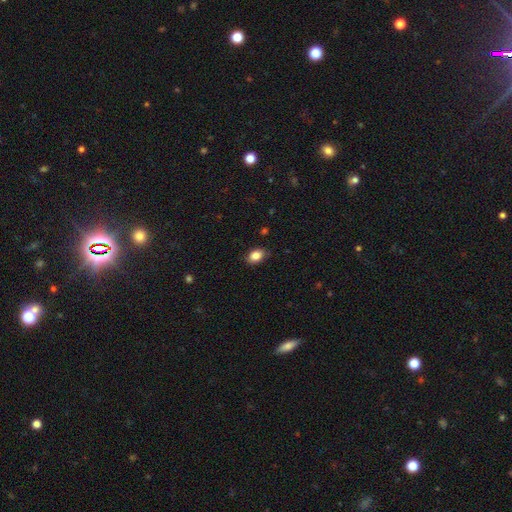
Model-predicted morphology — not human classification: Overall: smooth (85%). How rounded: in between (80%). Merging: none (86%).